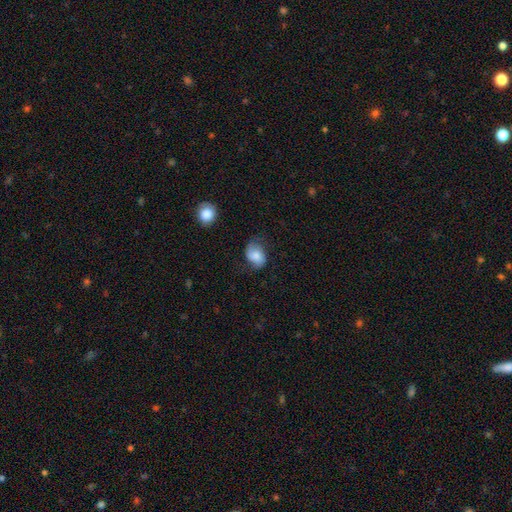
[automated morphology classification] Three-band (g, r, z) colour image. It shows a smooth galaxy with no disk features (68%) that is in between round and cigar-shaped (68%). Merging: none (54%).